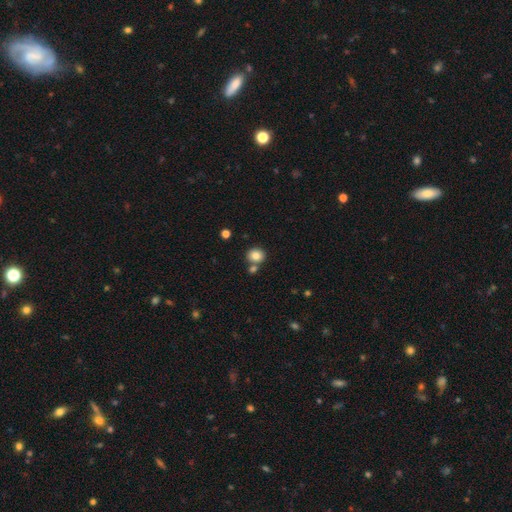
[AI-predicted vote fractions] Smooth or featured: smooth — 83% (star or artifact — 10%)
How rounded: round — 77% (in between — 22%)
Merging: none — 69% (merger — 19%)